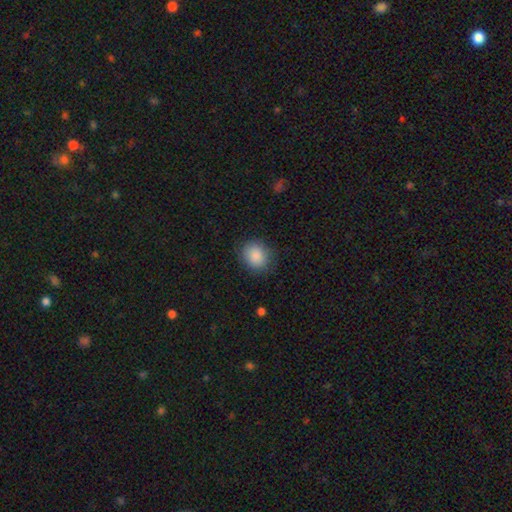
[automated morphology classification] smooth 88%, star or artifact 8%, featured or disk 4%. Down the decision tree: how rounded — round (71%); merging — none (84%).